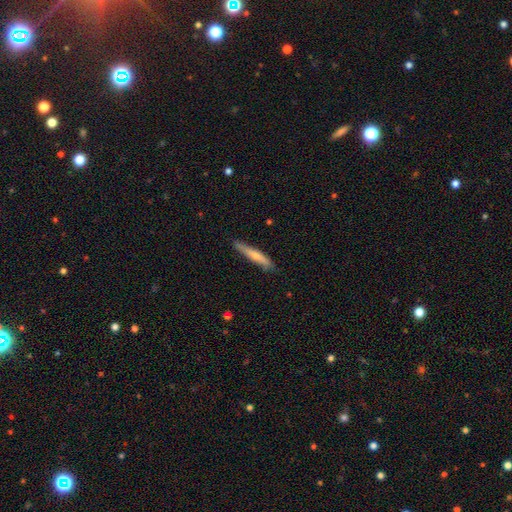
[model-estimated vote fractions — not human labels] smooth 59%, featured or disk 35%, star or artifact 6%. Down the decision tree: how rounded — cigar-shaped (92%); merging — none (82%).